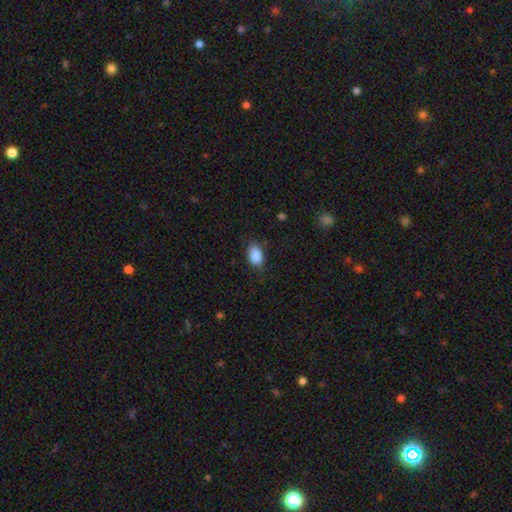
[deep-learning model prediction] smooth-or-featured: smooth: 88% | star or artifact: 7% | featured or disk: 4%
  how-rounded: in between: 90% | round: 8% | cigar-shaped: 2%
  merging: none: 75% | minor disturbance: 19% | major disturbance: 4% | merger: 1%